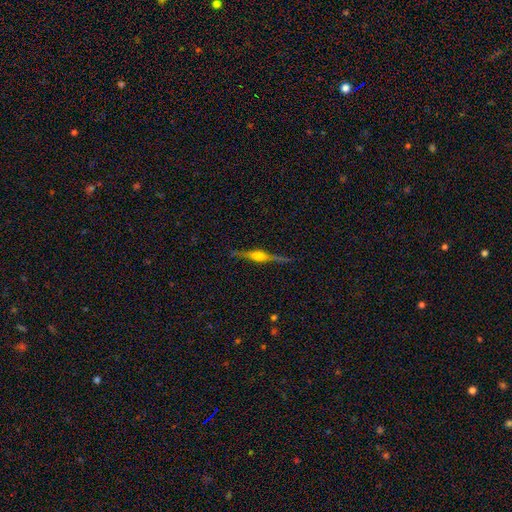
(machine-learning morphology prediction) Smooth or featured? Predicted: featured or disk (p=0.83). Edge-on disk? Predicted: yes (p=0.98). Edge-on bulge? Predicted: rounded (p=0.88). Merging? Predicted: none (p=0.89).